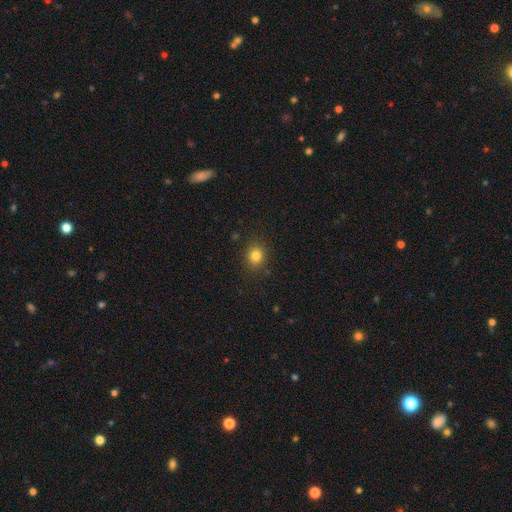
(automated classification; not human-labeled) Smooth or featured?
  - smooth: 82% *
  - star or artifact: 12%
  - featured or disk: 6%
How rounded?
  - round: 72% *
  - in between: 27%
  - cigar-shaped: 1%
Merging?
  - none: 87% *
  - minor disturbance: 9%
  - major disturbance: 3%
  - merger: 1%